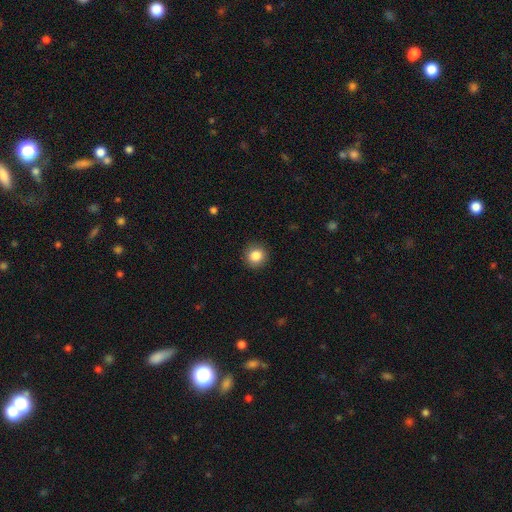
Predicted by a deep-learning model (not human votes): The model was most divided on "smooth or featured": smooth: 85%, star or artifact: 10%, featured or disk: 5%. More confident: how rounded — round (92%); merging — none (91%).